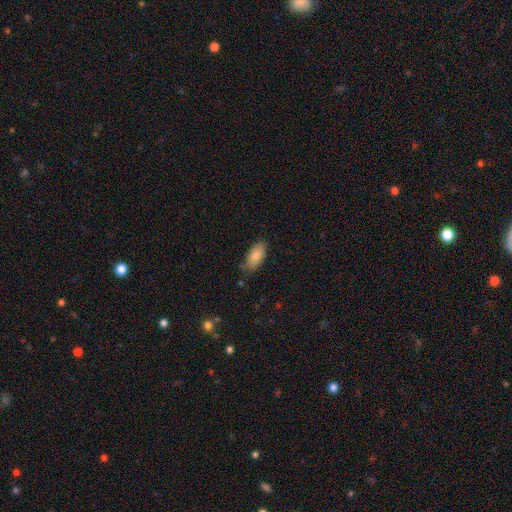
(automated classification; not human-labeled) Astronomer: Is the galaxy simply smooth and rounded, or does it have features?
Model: smooth — 83%.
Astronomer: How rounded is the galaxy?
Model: in between — 89%.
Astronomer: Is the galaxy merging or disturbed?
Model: none — 73%.